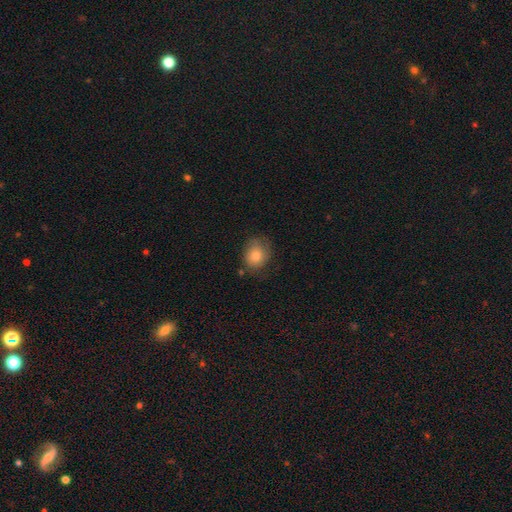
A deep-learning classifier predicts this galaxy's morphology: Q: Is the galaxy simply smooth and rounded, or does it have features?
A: smooth — 78%.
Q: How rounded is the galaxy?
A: round — 67%.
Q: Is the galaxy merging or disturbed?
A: none — 71%.